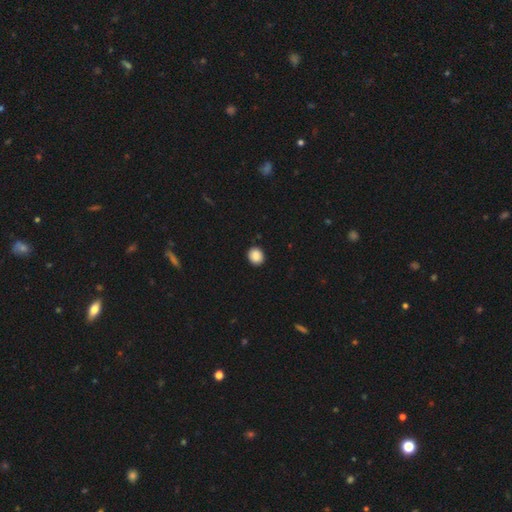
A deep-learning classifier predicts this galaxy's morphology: Smooth or featured?
  - smooth: 88% *
  - star or artifact: 9%
  - featured or disk: 3%
How rounded?
  - round: 78% *
  - in between: 22%
  - cigar-shaped: 1%
Merging?
  - none: 91% *
  - minor disturbance: 7%
  - major disturbance: 2%
  - merger: 1%